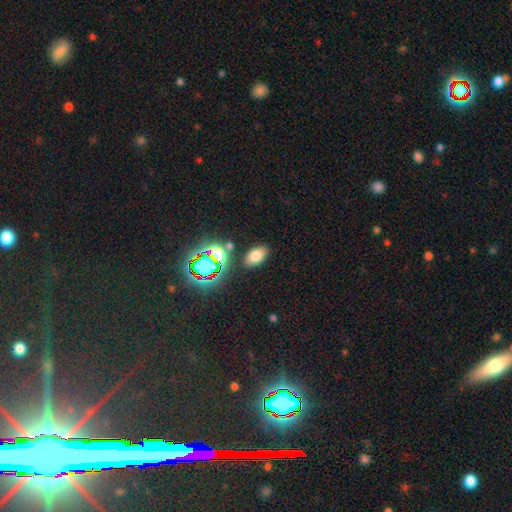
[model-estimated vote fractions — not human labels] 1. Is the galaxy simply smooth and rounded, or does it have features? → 73% smooth, 18% star or artifact, 9% featured or disk.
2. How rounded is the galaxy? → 89% in between, 9% round, 2% cigar-shaped.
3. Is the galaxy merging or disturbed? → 84% none, 9% minor disturbance, 4% merger, 3% major disturbance.